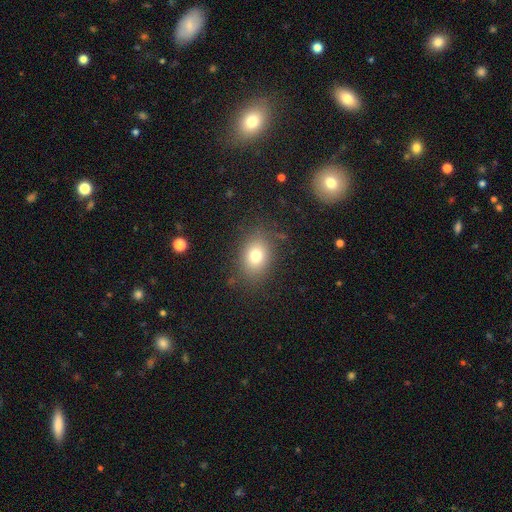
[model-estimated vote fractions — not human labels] smooth 76%, star or artifact 12%, featured or disk 11%. Down the decision tree: how rounded — in between (66%); merging — none (82%).